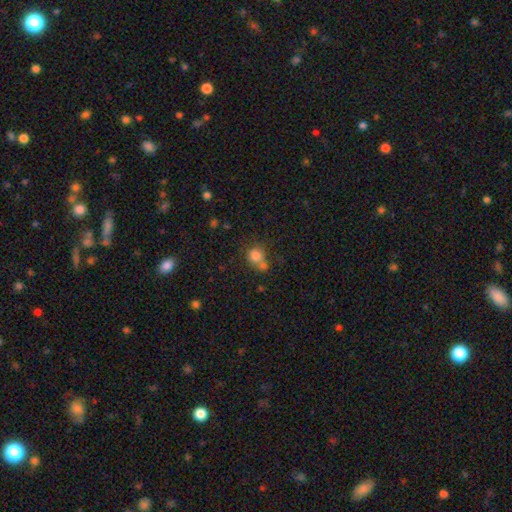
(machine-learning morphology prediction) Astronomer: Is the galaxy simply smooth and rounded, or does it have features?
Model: smooth — 79%.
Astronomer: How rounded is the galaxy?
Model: round — 80%.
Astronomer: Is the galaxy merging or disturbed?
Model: none — 46% (runner-up: merger, 36%).